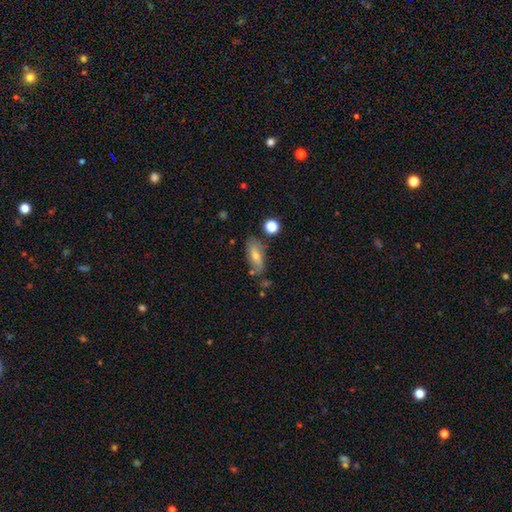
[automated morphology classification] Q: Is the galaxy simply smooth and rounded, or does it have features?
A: smooth — 53%.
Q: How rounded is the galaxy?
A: in between — 72%.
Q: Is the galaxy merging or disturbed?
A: none — 66%.